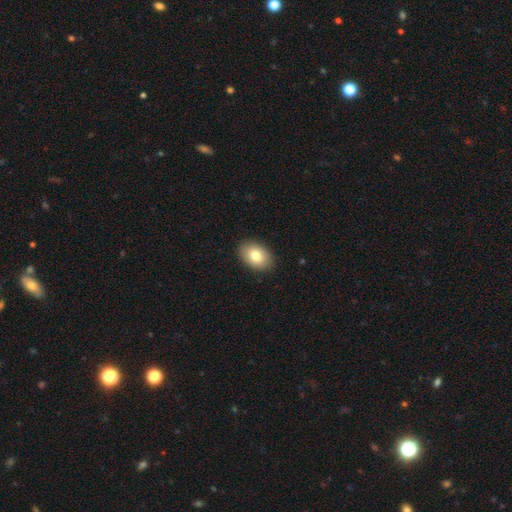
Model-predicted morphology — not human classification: A smooth galaxy with no disk features (81%) that is in between round and cigar-shaped (87%). Merging: none (90%).